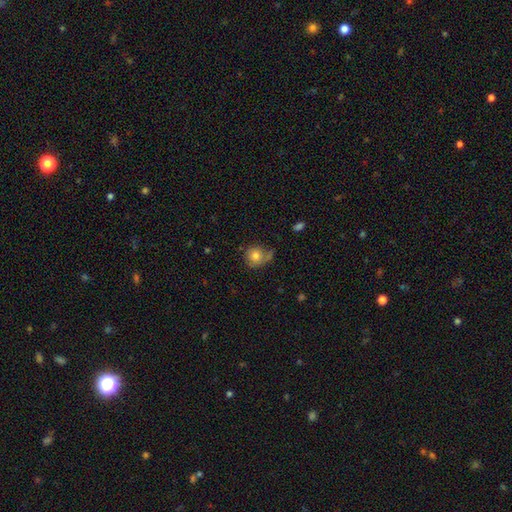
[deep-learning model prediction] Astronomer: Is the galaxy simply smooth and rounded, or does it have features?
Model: smooth — 76%.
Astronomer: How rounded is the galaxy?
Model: round — 86%.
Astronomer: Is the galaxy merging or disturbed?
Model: none — 57%.